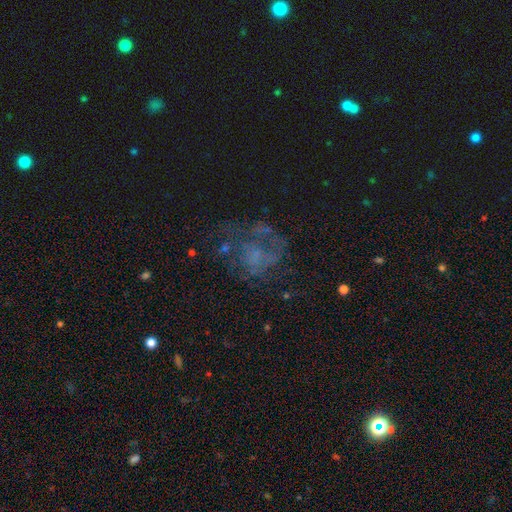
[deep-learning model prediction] Overall: featured or disk (60%; smooth 22%). Edge-on disk: no (98%). Bar: no (84%). Spiral arms: yes (50%, tied with no). Bulge size: none (55%; small 25%). Merging: none (44%; major disturbance 34%).